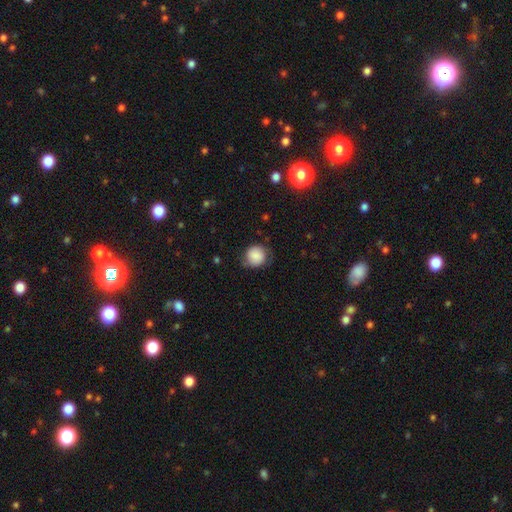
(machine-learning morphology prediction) smooth 78%, featured or disk 14%, star or artifact 8%. Down the decision tree: how rounded — round (86%); merging — none (68%).